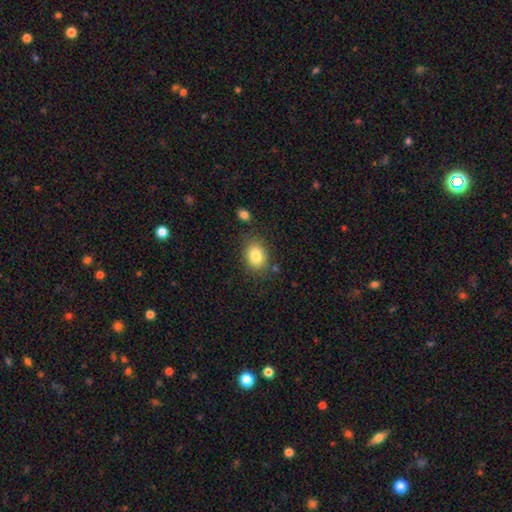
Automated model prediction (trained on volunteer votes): A smooth galaxy with no disk features (84%) that is in between round and cigar-shaped (63%).

Vote fractions:
- Smooth or featured? smooth: 84% / star or artifact: 9% / featured or disk: 8%
- How rounded? in between: 63% / round: 36% / cigar-shaped: 1%
- Merging? none: 79% / minor disturbance: 13% / major disturbance: 4% / merger: 4%